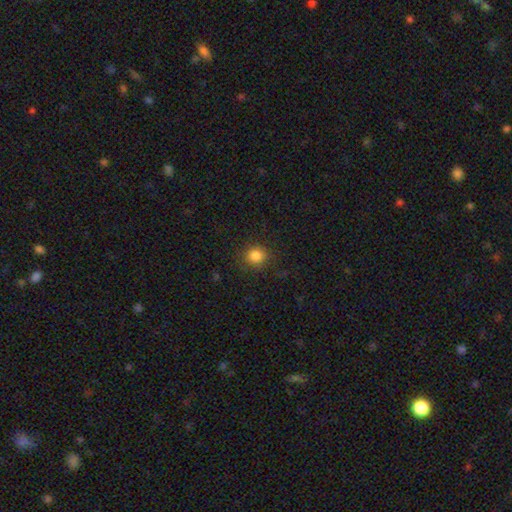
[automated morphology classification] smooth 85%, star or artifact 11%, featured or disk 4%. Down the decision tree: how rounded — round (88%); merging — none (87%).